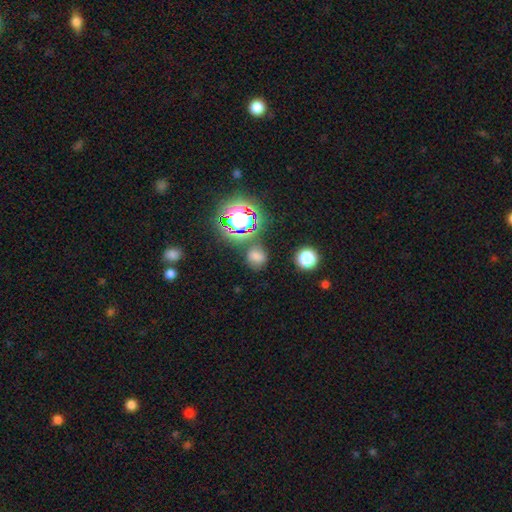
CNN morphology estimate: type=smooth (57%); roundness=round (64%); merging=none (69%).